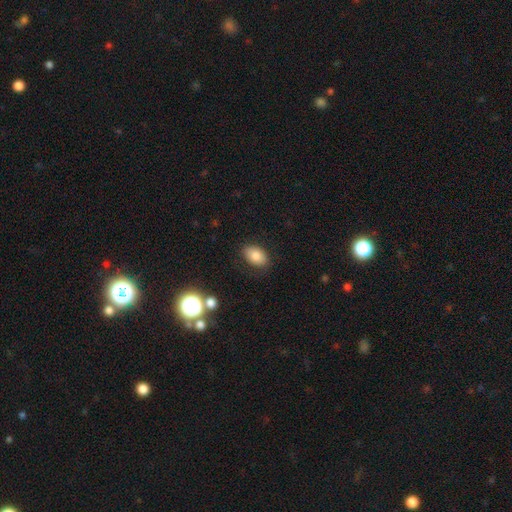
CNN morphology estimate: Overall: smooth (82%). How rounded: in between (86%). Merging: none (83%).